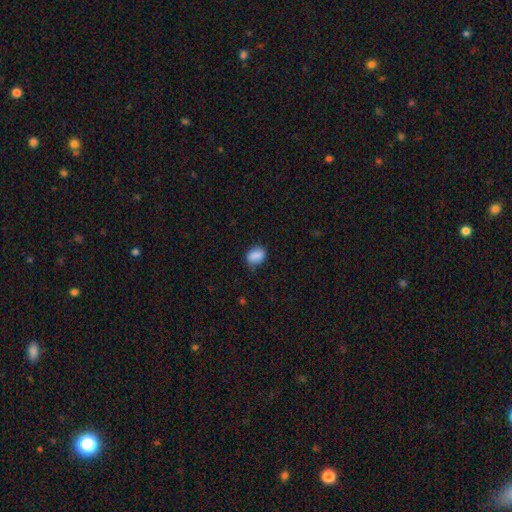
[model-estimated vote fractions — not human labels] smooth 87%, star or artifact 8%, featured or disk 5%. Down the decision tree: how rounded — in between (74%); merging — none (73%).